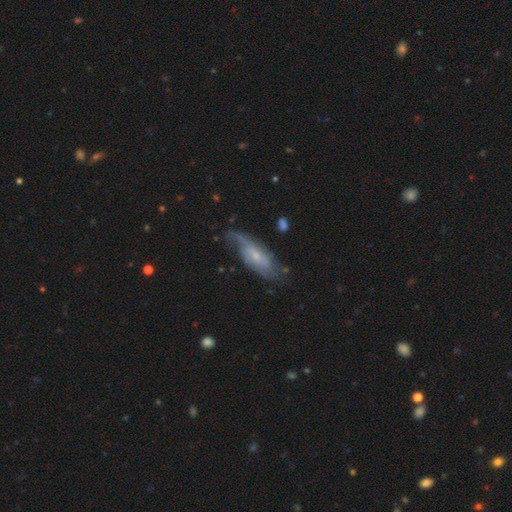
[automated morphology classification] A featured or disk galaxy (66%) with no bar (57%), spiral arms (86%) and a small central bulge (67%).

Vote fractions:
- Smooth or featured? featured or disk: 66% / smooth: 27% / star or artifact: 7%
- Edge-on disk? no: 84% / yes: 16%
- Bar? no: 57% / weak: 36% / strong: 7%
- Spiral arms? yes: 86% / no: 14%
- Bulge size? small: 67% / moderate: 24% / none: 7% / large: 2% / dominant: 1%
- Merging? none: 56% / minor disturbance: 27% / major disturbance: 15% / merger: 3%